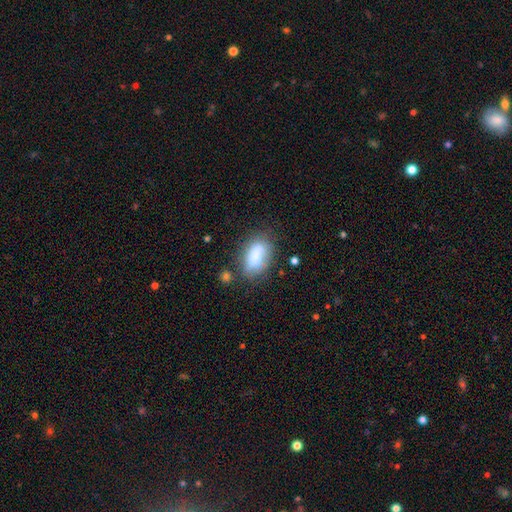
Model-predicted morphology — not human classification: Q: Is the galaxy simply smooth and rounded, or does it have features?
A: smooth — 78%.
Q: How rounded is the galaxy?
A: in between — 89%.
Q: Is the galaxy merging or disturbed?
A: none — 53%.